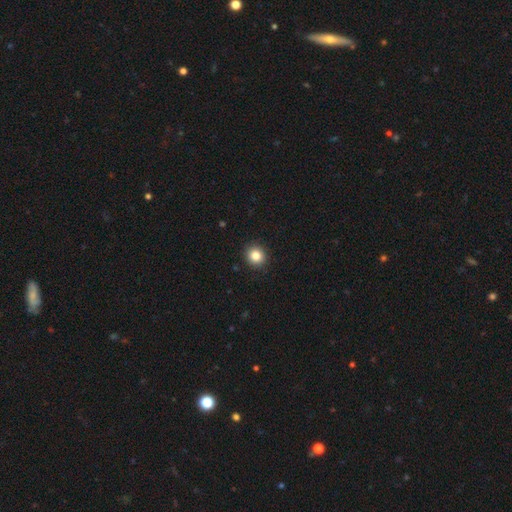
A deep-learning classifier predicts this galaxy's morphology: Smooth or featured?
  - smooth: 85% *
  - star or artifact: 10%
  - featured or disk: 5%
How rounded?
  - round: 89% *
  - in between: 10%
  - cigar-shaped: 1%
Merging?
  - none: 92% *
  - minor disturbance: 5%
  - major disturbance: 2%
  - merger: 1%